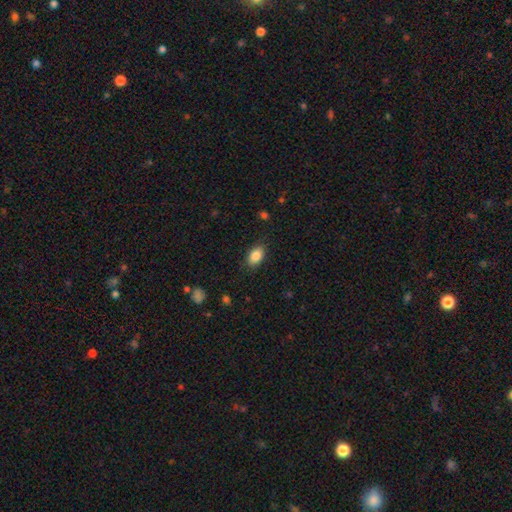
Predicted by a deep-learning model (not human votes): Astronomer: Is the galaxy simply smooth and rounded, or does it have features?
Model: smooth — 87%.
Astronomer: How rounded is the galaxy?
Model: in between — 88%.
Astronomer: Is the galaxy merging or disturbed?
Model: none — 85%.